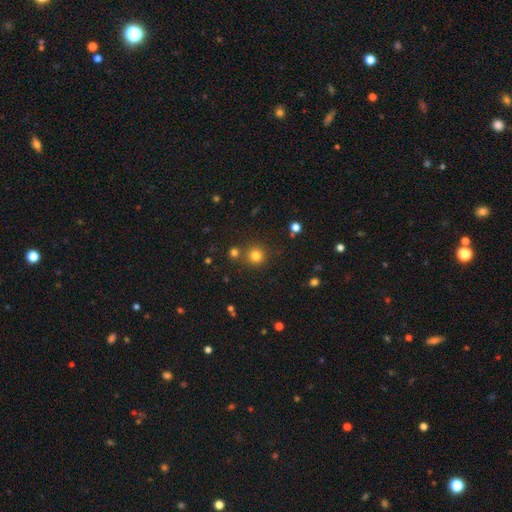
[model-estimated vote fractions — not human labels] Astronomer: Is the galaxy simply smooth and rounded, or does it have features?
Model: smooth — 79%.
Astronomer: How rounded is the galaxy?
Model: round — 94%.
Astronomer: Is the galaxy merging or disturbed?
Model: none — 80%.